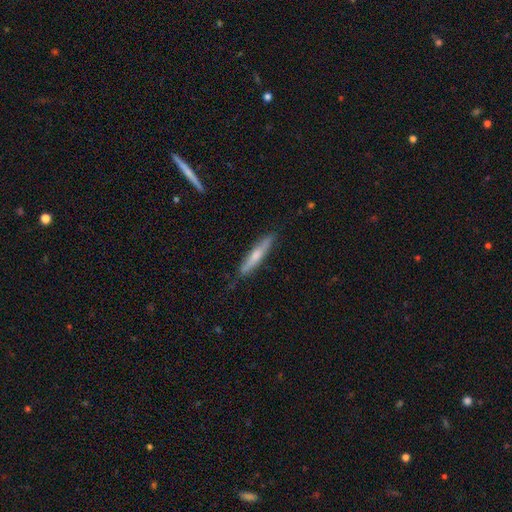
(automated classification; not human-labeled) smooth_or_featured: smooth (p=0.54) [alt: featured or disk p=0.40]
how_rounded: cigar-shaped (p=0.91) [alt: in between p=0.08]
merging: none (p=0.85) [alt: minor disturbance p=0.12]